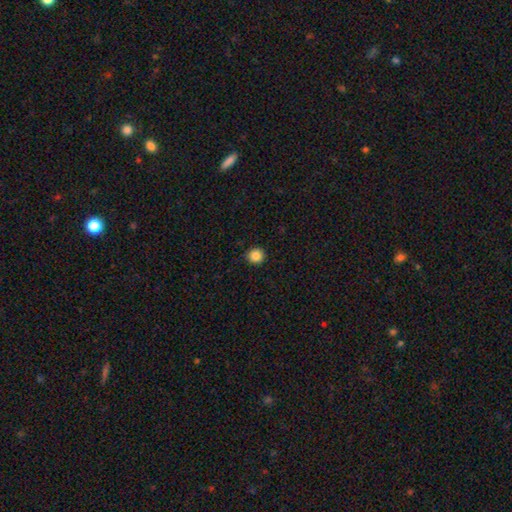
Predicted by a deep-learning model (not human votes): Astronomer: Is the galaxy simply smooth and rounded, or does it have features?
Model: smooth — 86%.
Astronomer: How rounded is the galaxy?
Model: round — 93%.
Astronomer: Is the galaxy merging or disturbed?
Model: none — 92%.